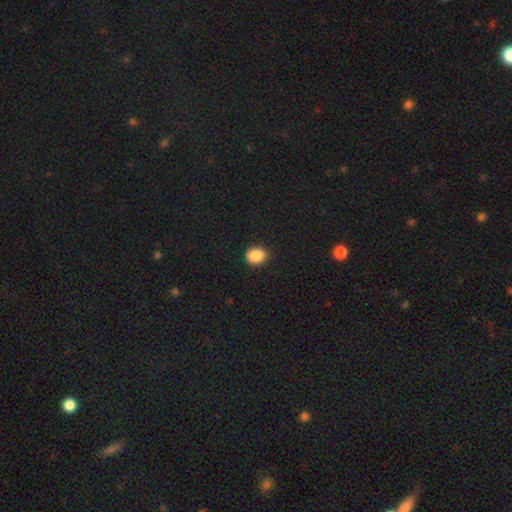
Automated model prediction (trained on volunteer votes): Q: Smooth or featured?
A: smooth (88%); runner-up: star or artifact (9%)
Q: How rounded?
A: in between (51%); runner-up: round (48%)
Q: Merging?
A: none (89%); runner-up: minor disturbance (8%)